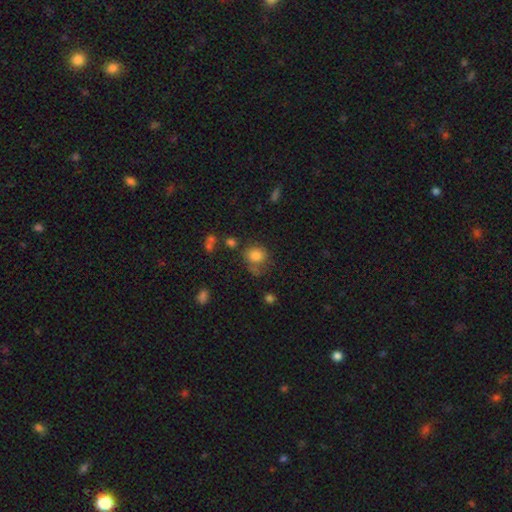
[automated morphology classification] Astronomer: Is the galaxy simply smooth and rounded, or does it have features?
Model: smooth — 81%.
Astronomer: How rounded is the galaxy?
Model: round — 68%.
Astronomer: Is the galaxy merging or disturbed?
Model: none — 55%.